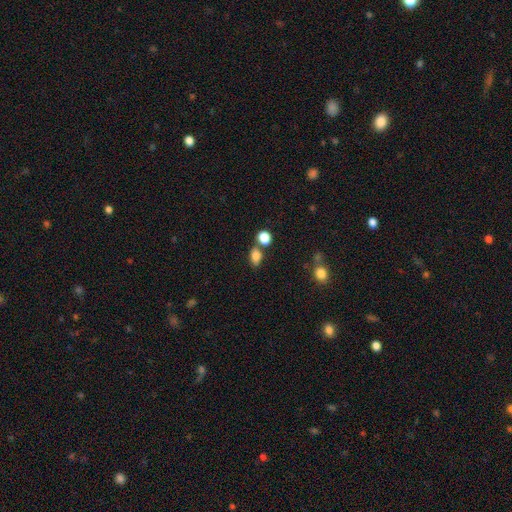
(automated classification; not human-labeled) Smooth or featured?
  - smooth: 82% *
  - star or artifact: 12%
  - featured or disk: 7%
How rounded?
  - in between: 74% *
  - round: 24%
  - cigar-shaped: 2%
Merging?
  - none: 61% *
  - merger: 22%
  - minor disturbance: 13%
  - major disturbance: 4%